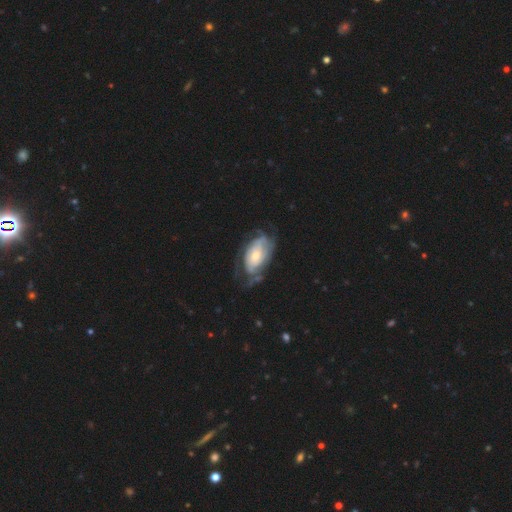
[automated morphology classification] This is likely a featured or disk galaxy (75%). It is clearly not viewed edge-on (95%). Bar: likely no (70%). Spiral arm pattern: clearly yes (85%). Spiral arm count: possibly can't tell (48%). Spiral winding: possibly tight (56%). Central bulge: possibly moderate (46%). Merging: possibly none (51%).